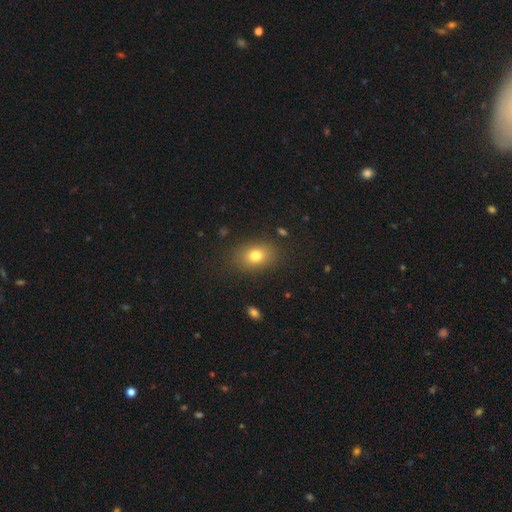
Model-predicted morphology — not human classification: A smooth galaxy with no disk features (77%) that is in between round and cigar-shaped (71%). Merging: none (83%).